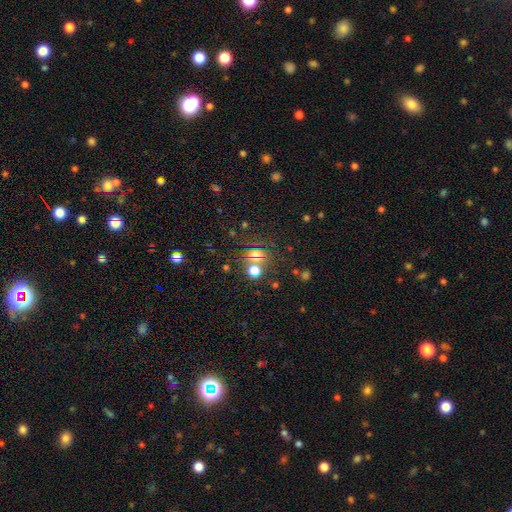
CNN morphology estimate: star or artifact 49%, smooth 40%, featured or disk 12%.